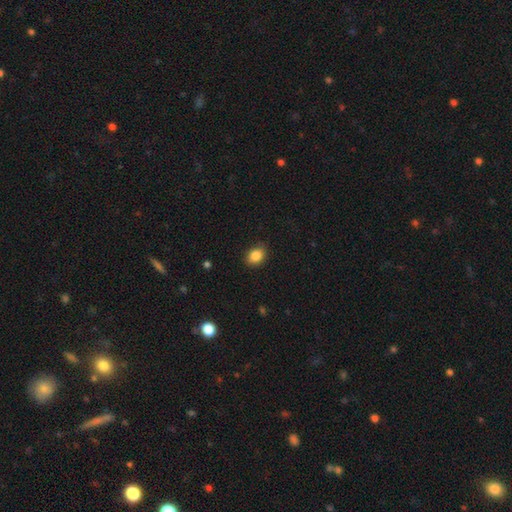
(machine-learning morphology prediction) A smooth galaxy with no disk features (87%) that is in between round and cigar-shaped (65%).

Vote fractions:
- Smooth or featured? smooth: 87% / star or artifact: 9% / featured or disk: 5%
- How rounded? in between: 65% / round: 34% / cigar-shaped: 1%
- Merging? none: 83% / minor disturbance: 13% / major disturbance: 3% / merger: 1%